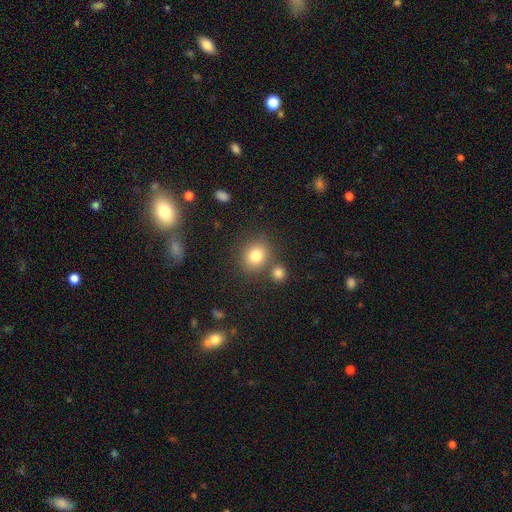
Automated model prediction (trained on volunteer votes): A smooth galaxy with no disk features (79%) that is round (73%). Merging: none (72%).